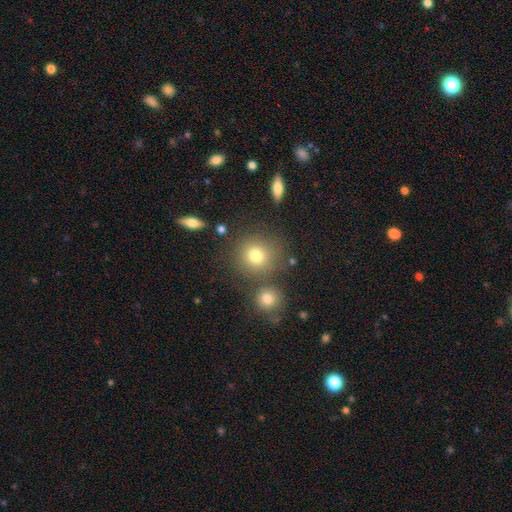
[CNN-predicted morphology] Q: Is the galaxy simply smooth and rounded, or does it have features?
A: smooth — 76%.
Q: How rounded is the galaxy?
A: round — 88%.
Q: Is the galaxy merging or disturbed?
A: none — 74%.